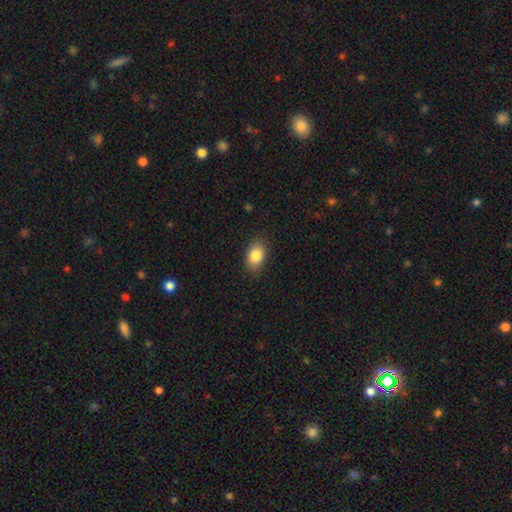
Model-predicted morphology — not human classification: smooth_or_featured: smooth (p=0.85) [alt: star or artifact p=0.08]
how_rounded: in between (p=0.83) [alt: round p=0.15]
merging: none (p=0.87) [alt: minor disturbance p=0.10]